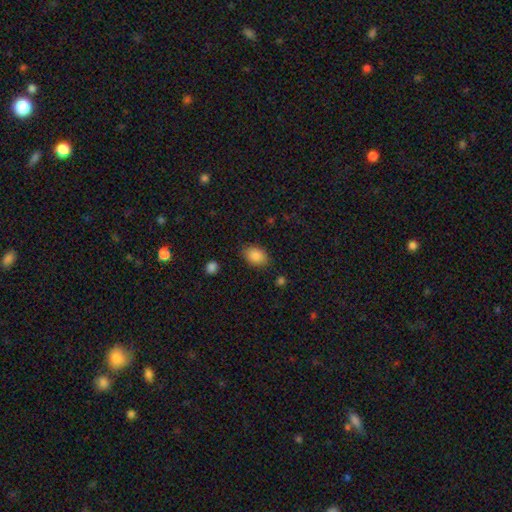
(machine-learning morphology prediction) Smooth or featured?
  - smooth: 87% *
  - star or artifact: 8%
  - featured or disk: 5%
How rounded?
  - in between: 79% *
  - round: 20%
  - cigar-shaped: 1%
Merging?
  - none: 81% *
  - minor disturbance: 14%
  - major disturbance: 4%
  - merger: 2%